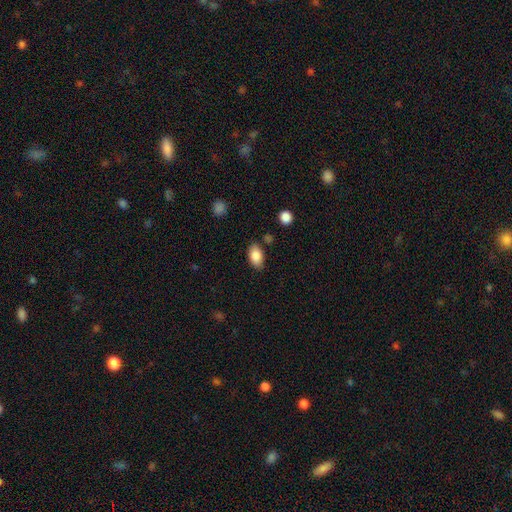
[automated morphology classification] Overall: smooth (86%). How rounded: in between (91%). Merging: none (81%).